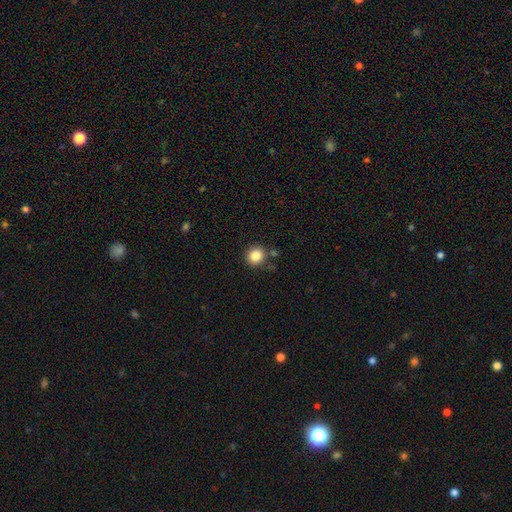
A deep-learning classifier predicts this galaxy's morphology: smooth_or_featured: smooth (p=0.86) [alt: star or artifact p=0.10]
how_rounded: round (p=0.89) [alt: in between p=0.10]
merging: none (p=0.82) [alt: minor disturbance p=0.09]